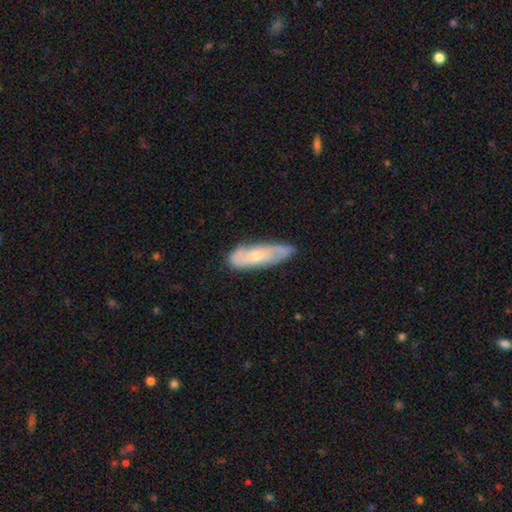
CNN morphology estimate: This is possibly a featured or disk galaxy (47%, tied with smooth). Merging: likely none (66%).